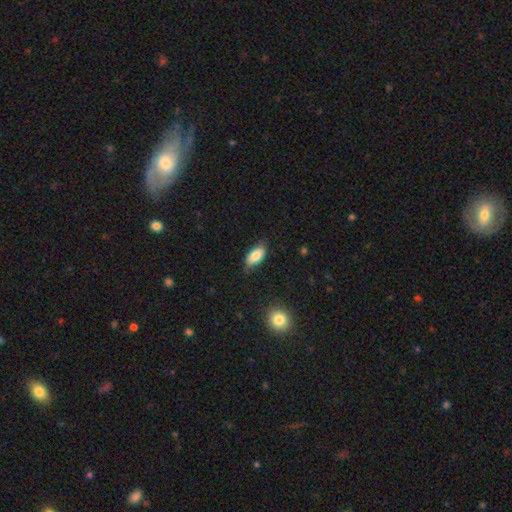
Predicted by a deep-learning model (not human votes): Morphology: type=smooth (83%); roundness=in between (90%); merging=none (76%).